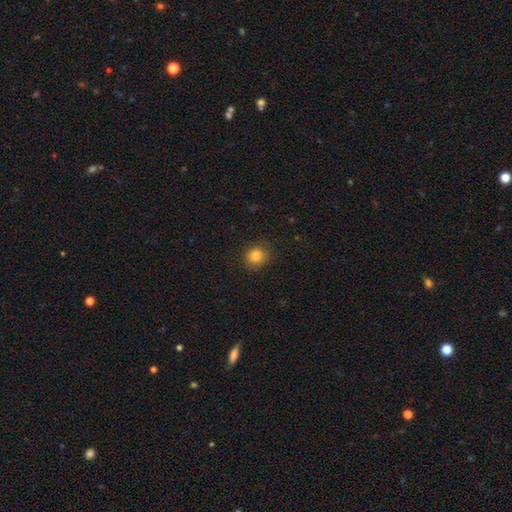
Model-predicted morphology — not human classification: Smooth or featured? Predicted: smooth (p=0.84). How rounded? Predicted: round (p=0.87). Merging? Predicted: none (p=0.87).